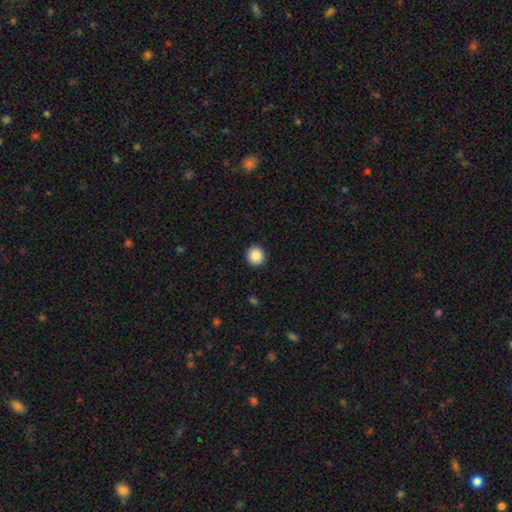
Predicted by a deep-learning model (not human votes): smooth-or-featured: smooth: 88% | star or artifact: 9% | featured or disk: 3%
  how-rounded: round: 89% | in between: 10% | cigar-shaped: 1%
  merging: none: 92% | minor disturbance: 6% | major disturbance: 2% | merger: 1%